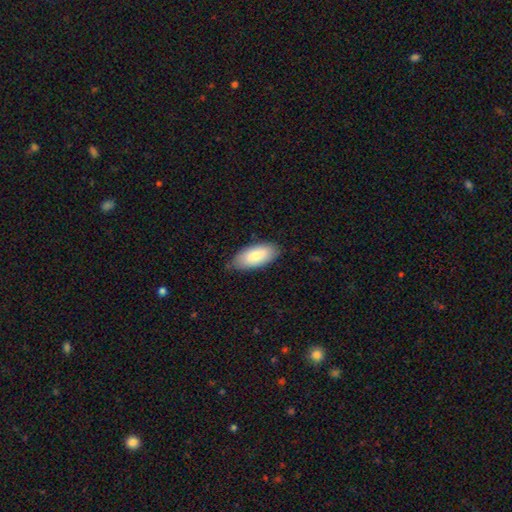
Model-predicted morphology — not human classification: Q: Smooth or featured?
A: smooth (80%); runner-up: featured or disk (14%)
Q: How rounded?
A: in between (90%); runner-up: cigar-shaped (8%)
Q: Merging?
A: none (81%); runner-up: minor disturbance (15%)